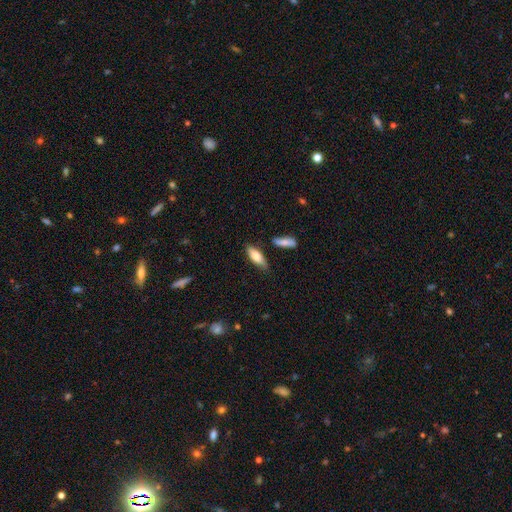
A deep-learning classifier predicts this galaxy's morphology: The model was most divided on "how rounded": in between: 69%, cigar-shaped: 29%, round: 2%. More confident: smooth or featured — smooth (75%); merging — none (72%).